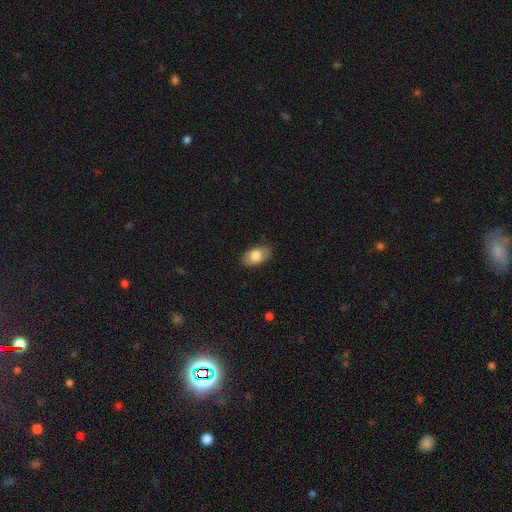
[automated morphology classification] Smooth or featured?
  - smooth: 79% *
  - featured or disk: 14%
  - star or artifact: 7%
How rounded?
  - in between: 92% *
  - round: 7%
  - cigar-shaped: 2%
Merging?
  - none: 84% *
  - minor disturbance: 12%
  - major disturbance: 3%
  - merger: 1%